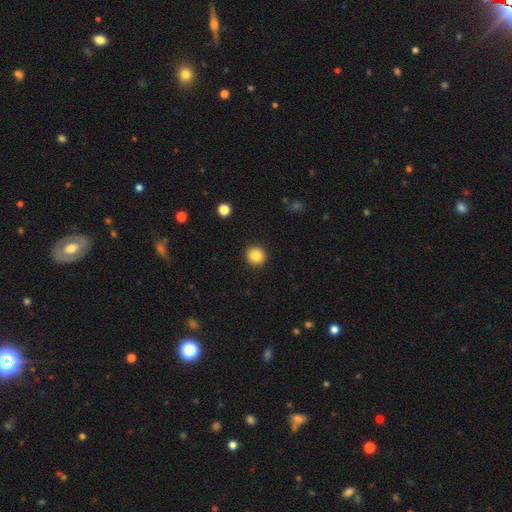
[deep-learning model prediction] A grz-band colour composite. It shows a smooth galaxy with no disk features (86%) that is round (93%). Merging: none (92%).